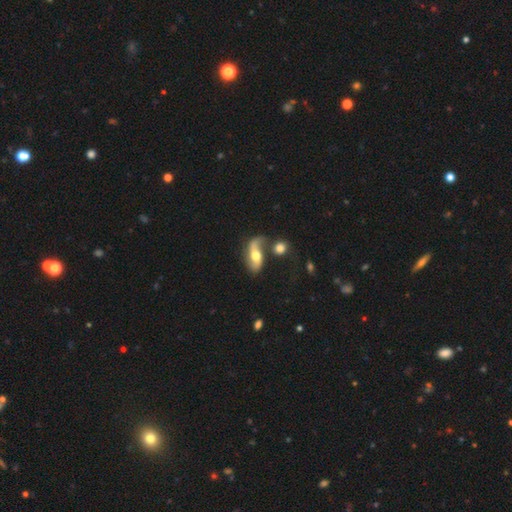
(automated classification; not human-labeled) Smooth or featured: featured or disk — 68% (smooth — 26%)
Edge-on disk: no — 90% (yes — 10%)
Bar: no — 56% (weak — 29%)
Spiral arms: yes — 86% (no — 14%)
Spiral winding: loose — 77% (medium — 18%)
Spiral arm count: 2 — 83% (1 — 10%)
Bulge size: moderate — 70% (large — 16%)
Merging: none — 47% (merger — 23%)